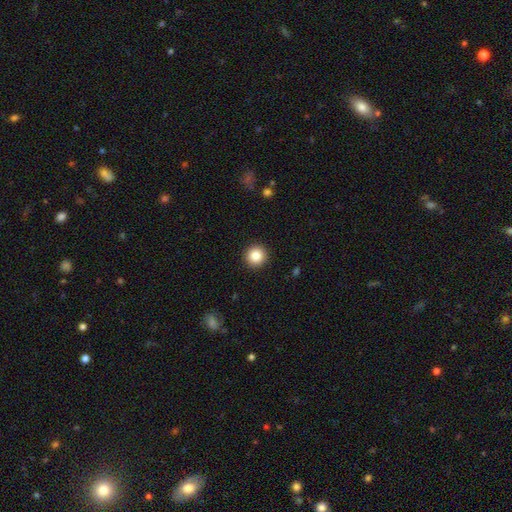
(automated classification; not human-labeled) The model was most divided on "smooth or featured": smooth: 85%, star or artifact: 10%, featured or disk: 6%. More confident: how rounded — round (95%); merging — none (93%).